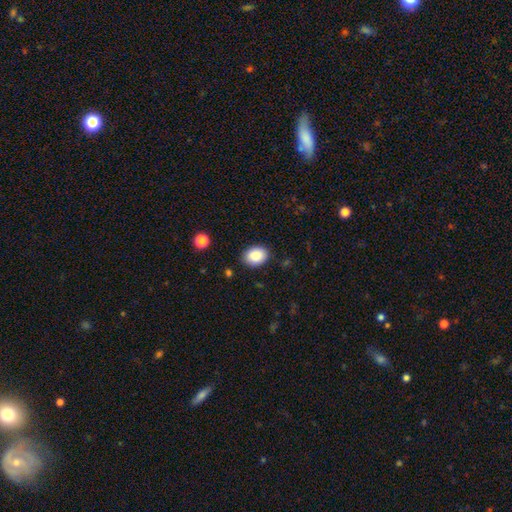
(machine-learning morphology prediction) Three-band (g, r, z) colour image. It shows a smooth galaxy with no disk features (88%) that is in between round and cigar-shaped (66%). Merging: none (86%).